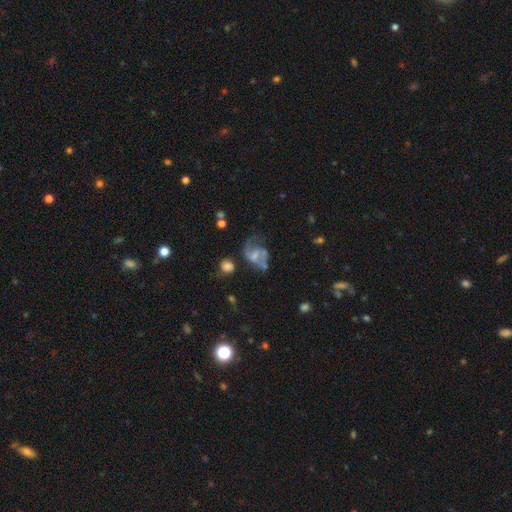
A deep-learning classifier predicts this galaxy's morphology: Smooth or featured? Predicted: featured or disk (p=0.55). Edge-on disk? Predicted: no (p=0.97). Bar? Predicted: no (p=0.56). Spiral arms? Predicted: yes (p=0.56). Bulge size? Predicted: none (p=0.40). Merging? Predicted: major disturbance (p=0.39).